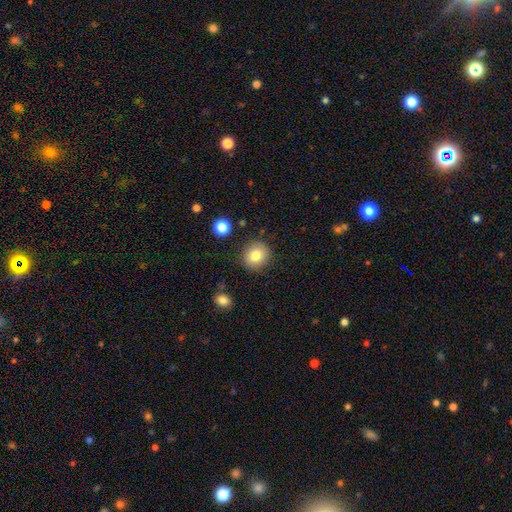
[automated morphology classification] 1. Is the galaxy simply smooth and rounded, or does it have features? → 81% smooth, 10% star or artifact, 9% featured or disk.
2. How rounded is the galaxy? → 84% round, 15% in between, 1% cigar-shaped.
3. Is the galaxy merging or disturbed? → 86% none, 9% minor disturbance, 3% major disturbance, 2% merger.